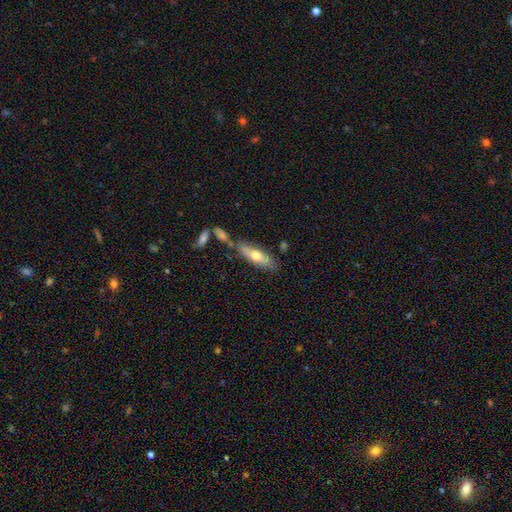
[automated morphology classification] Q: Smooth or featured?
A: smooth (60%); runner-up: featured or disk (34%)
Q: How rounded?
A: cigar-shaped (51%); runner-up: in between (47%)
Q: Merging?
A: none (68%); runner-up: minor disturbance (16%)